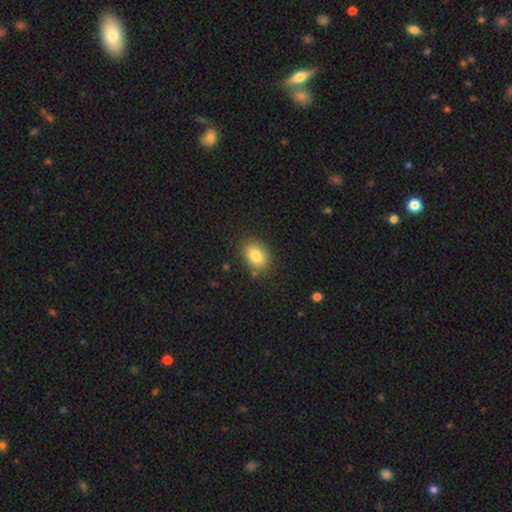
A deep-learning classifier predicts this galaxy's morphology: Smooth or featured? Predicted: smooth (p=0.83). How rounded? Predicted: in between (p=0.67). Merging? Predicted: none (p=0.83).